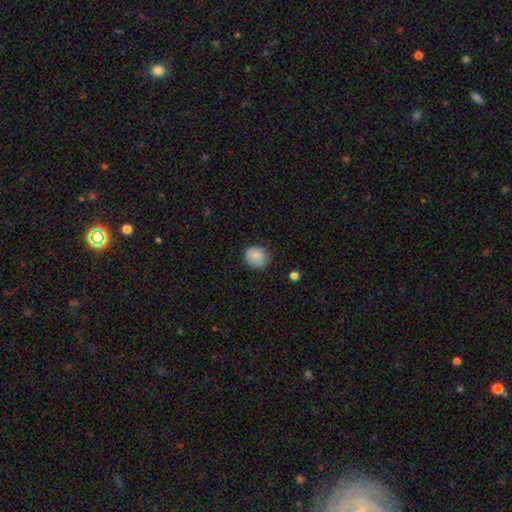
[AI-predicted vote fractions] This appears to be a smooth galaxy with no disk features (82%) that is round (83%). Merging: none (76%).